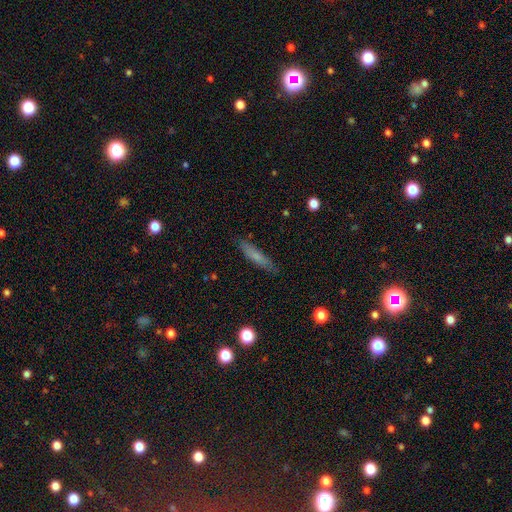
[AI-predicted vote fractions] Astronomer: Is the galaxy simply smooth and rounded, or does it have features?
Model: smooth — 68%.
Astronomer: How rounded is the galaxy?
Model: cigar-shaped — 86%.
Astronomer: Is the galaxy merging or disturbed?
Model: none — 85%.